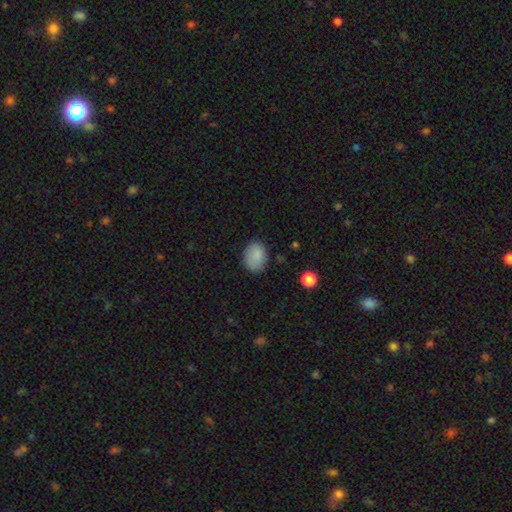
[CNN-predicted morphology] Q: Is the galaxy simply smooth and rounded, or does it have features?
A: smooth — 86%.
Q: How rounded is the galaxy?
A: in between — 71%.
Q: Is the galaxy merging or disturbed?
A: none — 79%.